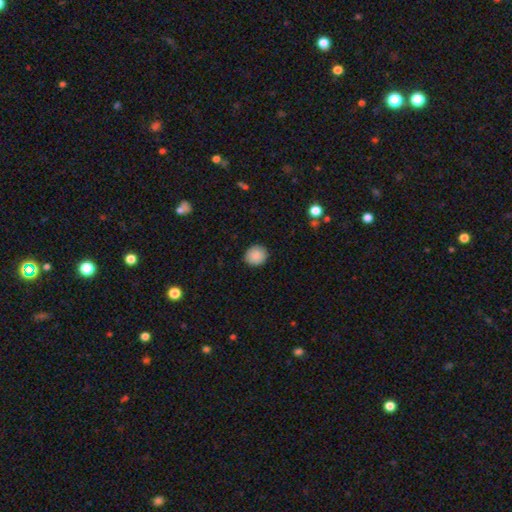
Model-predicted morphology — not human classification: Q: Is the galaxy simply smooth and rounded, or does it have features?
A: smooth — 89%.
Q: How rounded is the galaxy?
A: round — 84%.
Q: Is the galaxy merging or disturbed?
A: none — 90%.